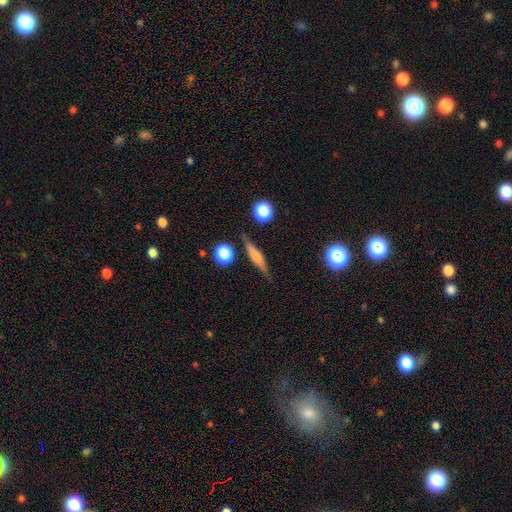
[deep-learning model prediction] A smooth galaxy with no disk features (47%). Merging: none (81%).